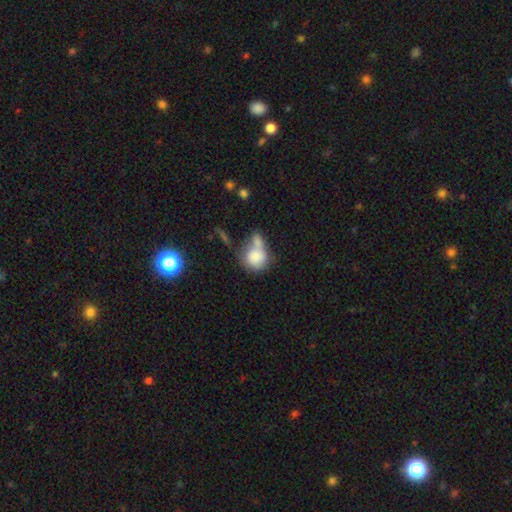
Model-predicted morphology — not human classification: smooth-or-featured: smooth: 78% | featured or disk: 14% | star or artifact: 8%
  how-rounded: round: 63% | in between: 35% | cigar-shaped: 2%
  merging: merger: 55% | none: 24% | minor disturbance: 12% | major disturbance: 9%